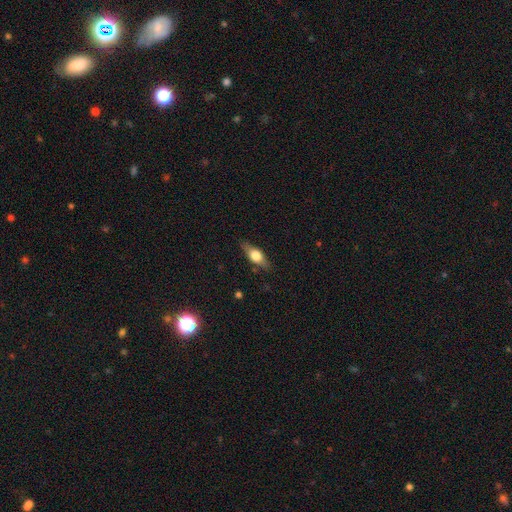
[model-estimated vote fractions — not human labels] Smooth or featured: smooth — 52% (featured or disk — 41%)
How rounded: in between — 64% (cigar-shaped — 30%)
Merging: none — 82% (minor disturbance — 13%)